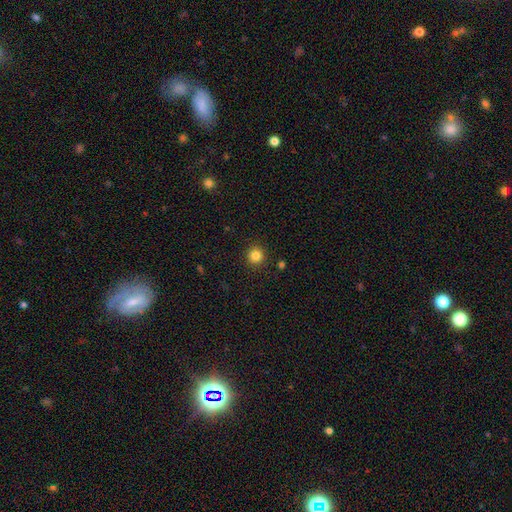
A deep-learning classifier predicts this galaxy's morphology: Smooth or featured? Predicted: smooth (p=0.83). How rounded? Predicted: round (p=0.94). Merging? Predicted: none (p=0.92).